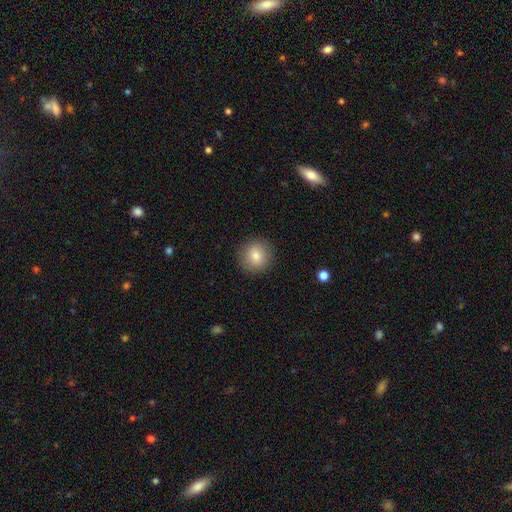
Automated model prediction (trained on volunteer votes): The model was most divided on "smooth or featured": smooth: 80%, featured or disk: 10%, star or artifact: 10%. More confident: how rounded — round (90%); merging — none (90%).